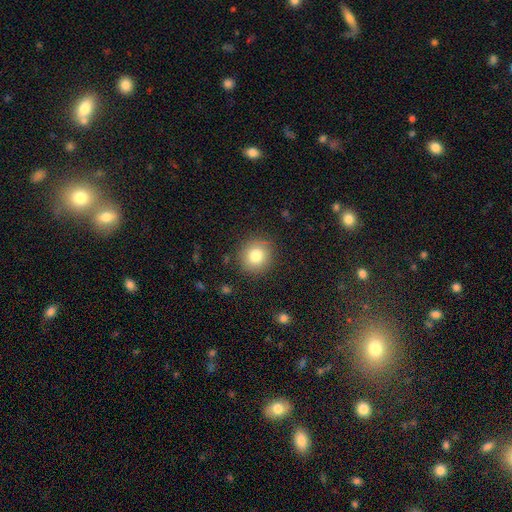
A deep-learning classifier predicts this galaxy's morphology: Smooth or featured? smooth (80%)
How rounded? round (89%)
Merging? none (88%)